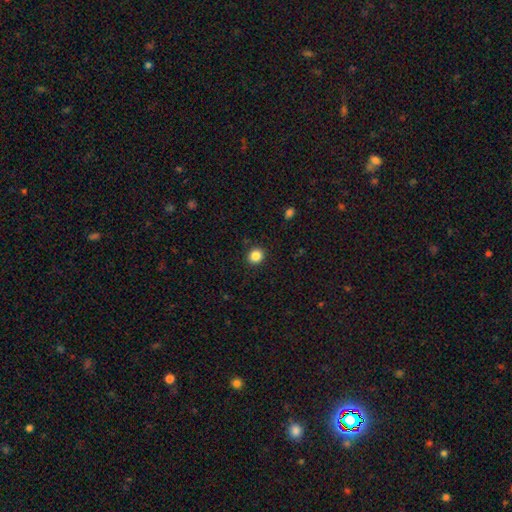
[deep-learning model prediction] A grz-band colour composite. It shows a smooth galaxy with no disk features (85%) that is round (86%). Merging: none (91%).